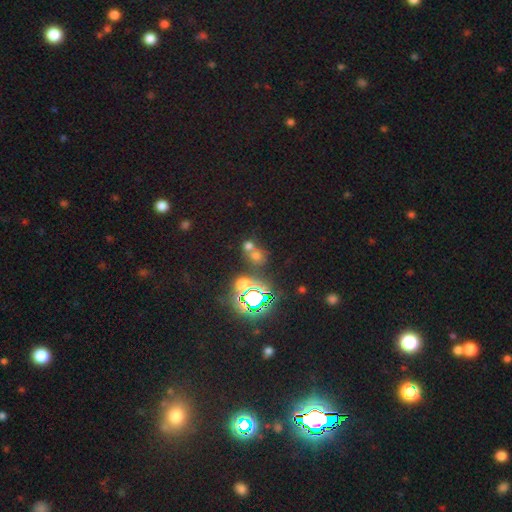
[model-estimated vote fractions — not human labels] A smooth galaxy with no disk features (51%) that is round (79%).

Vote fractions:
- Smooth or featured? smooth: 51% / star or artifact: 39% / featured or disk: 10%
- How rounded? round: 79% / in between: 19% / cigar-shaped: 1%
- Merging? none: 49% / merger: 39% / minor disturbance: 8% / major disturbance: 4%